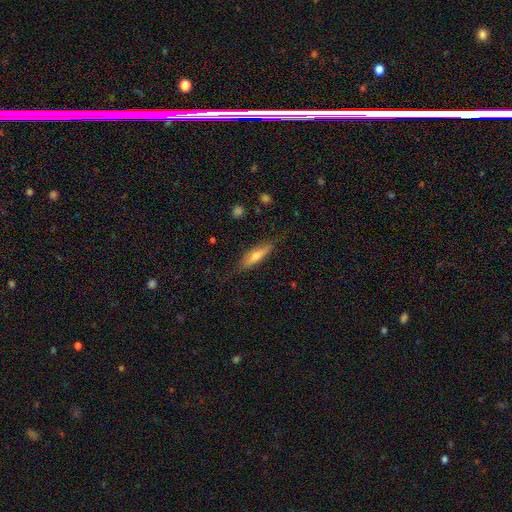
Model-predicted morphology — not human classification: A smooth galaxy with no disk features (50%) that is cigar-shaped (72%).

Vote fractions:
- Smooth or featured? smooth: 50% / featured or disk: 43% / star or artifact: 6%
- How rounded? cigar-shaped: 72% / in between: 26% / round: 2%
- Merging? none: 79% / minor disturbance: 16% / major disturbance: 4% / merger: 1%